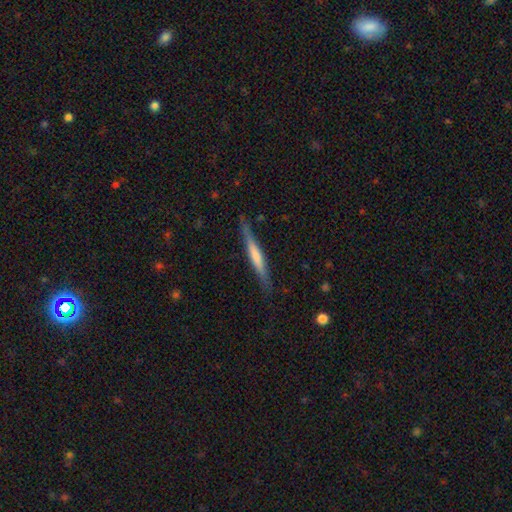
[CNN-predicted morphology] type=featured or disk (59%); edge-on=yes (97%); edge-on bulge=none (48%); merging=none (87%).